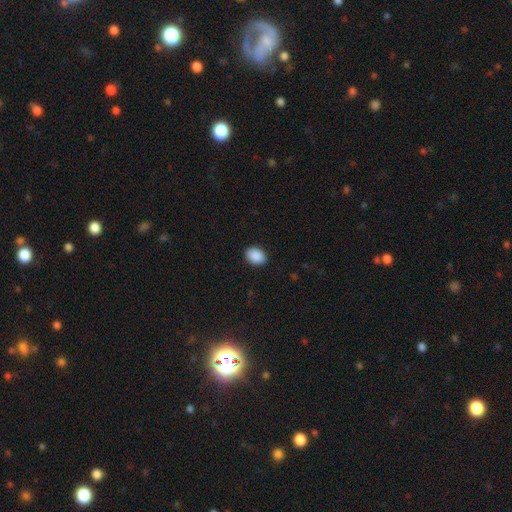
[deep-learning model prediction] Q: Smooth or featured?
A: smooth (90%); runner-up: star or artifact (7%)
Q: How rounded?
A: in between (75%); runner-up: round (24%)
Q: Merging?
A: none (90%); runner-up: minor disturbance (7%)